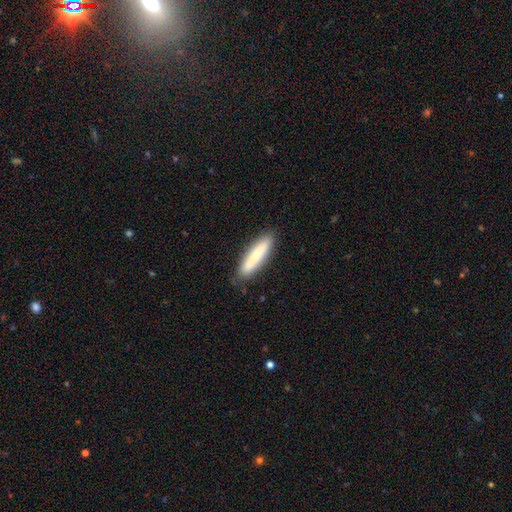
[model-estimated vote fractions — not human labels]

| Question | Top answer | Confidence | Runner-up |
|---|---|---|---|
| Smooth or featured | smooth | 75% | featured or disk (19%) |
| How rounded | cigar-shaped | 81% | in between (18%) |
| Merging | none | 86% | minor disturbance (11%) |